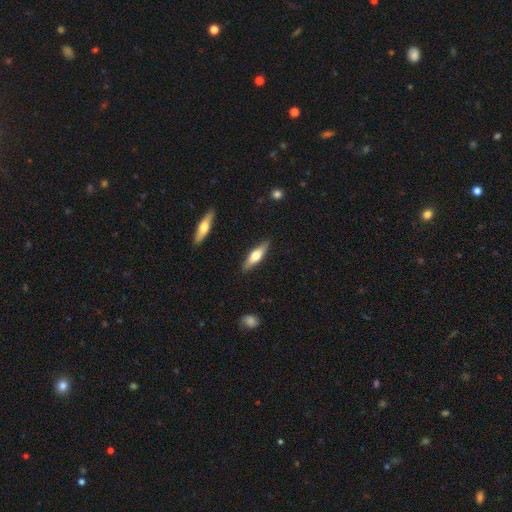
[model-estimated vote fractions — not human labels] This is possibly a featured or disk galaxy (48%). Merging: clearly none (88%).